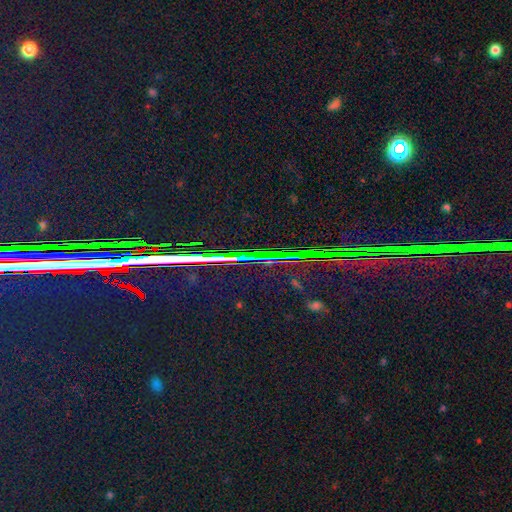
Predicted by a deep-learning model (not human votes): A star or artifact, not a galaxy (86%).

Vote fractions:
- Smooth or featured? star or artifact: 86% / featured or disk: 7% / smooth: 7%